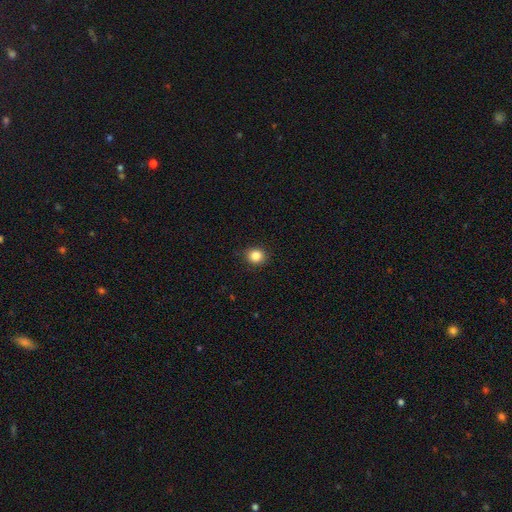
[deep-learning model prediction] This is clearly a smooth galaxy (85%). How rounded: likely round (80%). Merging: clearly none (89%).